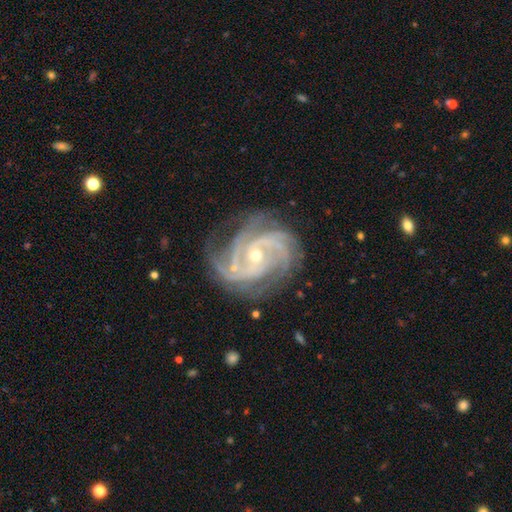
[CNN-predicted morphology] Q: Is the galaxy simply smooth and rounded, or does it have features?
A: featured or disk — 92%.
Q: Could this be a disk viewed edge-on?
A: no — 98%.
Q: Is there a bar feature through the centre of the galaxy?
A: no — 60%.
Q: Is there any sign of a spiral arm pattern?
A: yes — 99%.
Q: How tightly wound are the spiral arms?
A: tight — 58%.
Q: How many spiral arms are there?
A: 3 — 32%.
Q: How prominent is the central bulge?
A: small — 62%.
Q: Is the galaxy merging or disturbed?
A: none — 71%.